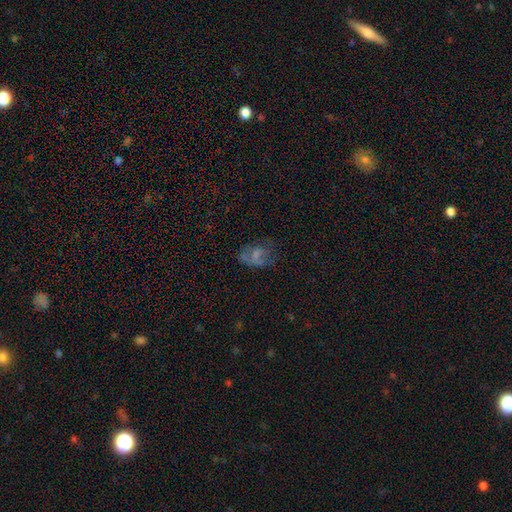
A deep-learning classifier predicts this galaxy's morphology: smooth_or_featured: smooth (p=0.49) [alt: featured or disk p=0.34]
merging: none (p=0.42) [alt: major disturbance p=0.29]